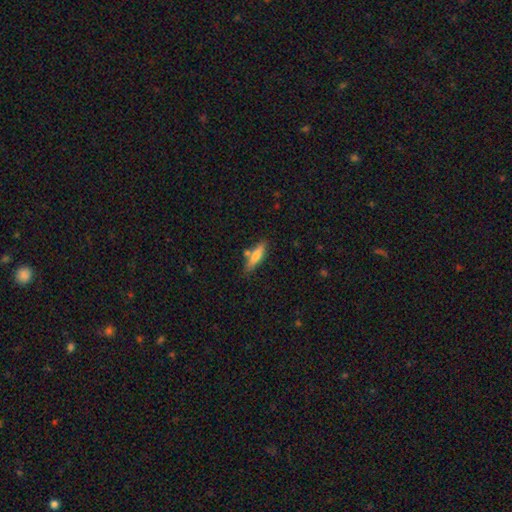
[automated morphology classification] type=smooth (68%); roundness=cigar-shaped (68%); merging=none (72%).